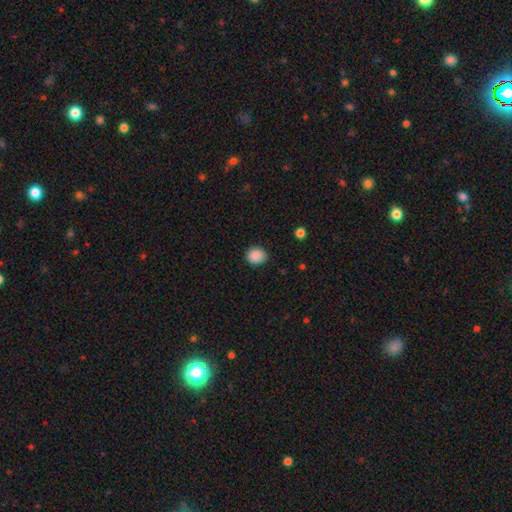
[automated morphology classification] A smooth galaxy with no disk features (88%) that is round (72%).

Vote fractions:
- Smooth or featured? smooth: 88% / star or artifact: 9% / featured or disk: 3%
- How rounded? round: 72% / in between: 27% / cigar-shaped: 1%
- Merging? none: 87% / minor disturbance: 10% / major disturbance: 2% / merger: 1%